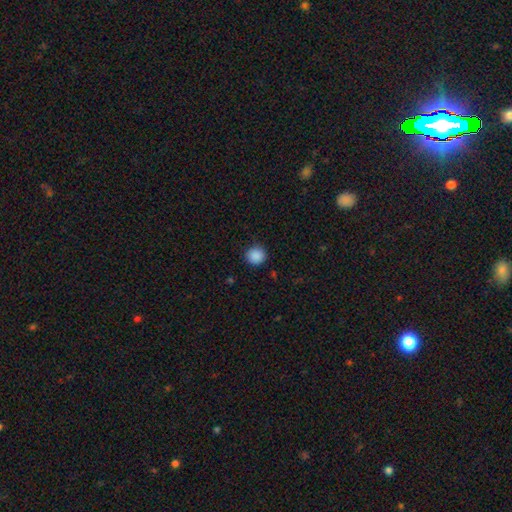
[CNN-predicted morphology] Smooth or featured? Predicted: smooth (p=0.88). How rounded? Predicted: round (p=0.92). Merging? Predicted: none (p=0.90).